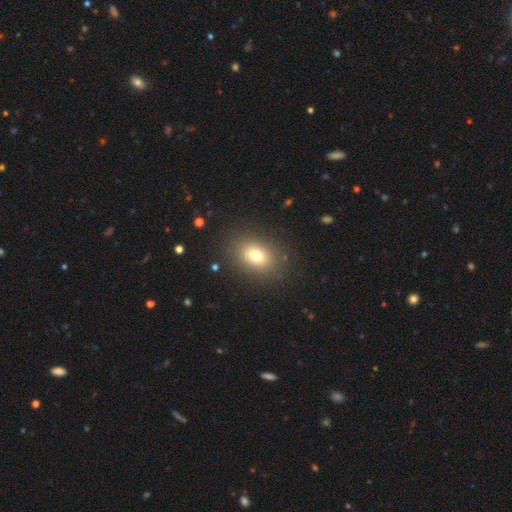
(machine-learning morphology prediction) A smooth galaxy with no disk features (76%) that is in between round and cigar-shaped (64%). Merging: none (86%).